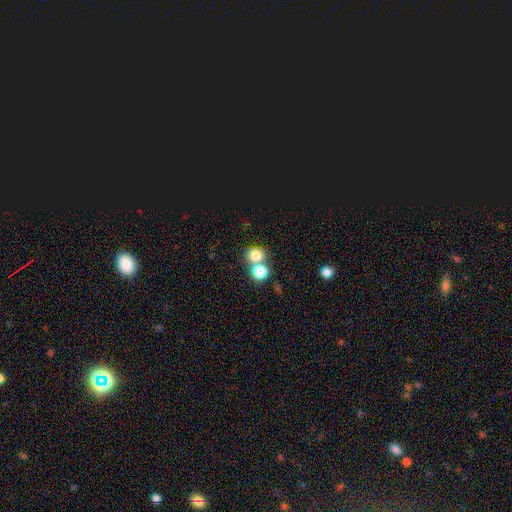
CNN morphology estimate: A smooth galaxy with no disk features (75%) that is round (75%). Merging: none (57%).